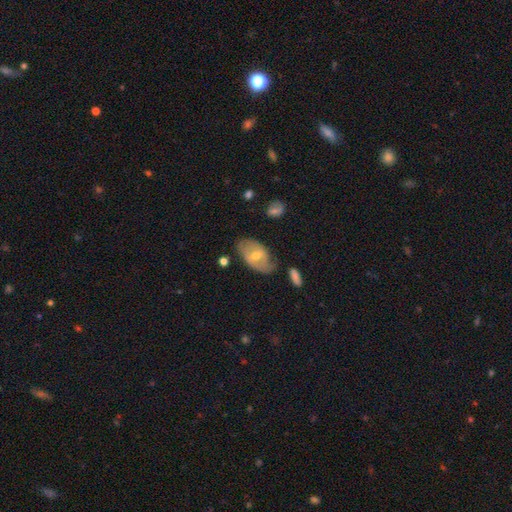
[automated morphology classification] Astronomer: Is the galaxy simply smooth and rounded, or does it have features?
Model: featured or disk — 60%.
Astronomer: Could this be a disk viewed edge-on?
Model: no — 91%.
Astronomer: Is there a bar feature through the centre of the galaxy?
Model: weak — 44% (runner-up: no, 37%).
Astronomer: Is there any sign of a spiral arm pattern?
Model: yes — 60% (runner-up: no, 40%).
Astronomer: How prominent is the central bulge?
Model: moderate — 57% (runner-up: small, 39%).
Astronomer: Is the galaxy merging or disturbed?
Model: none — 62%.